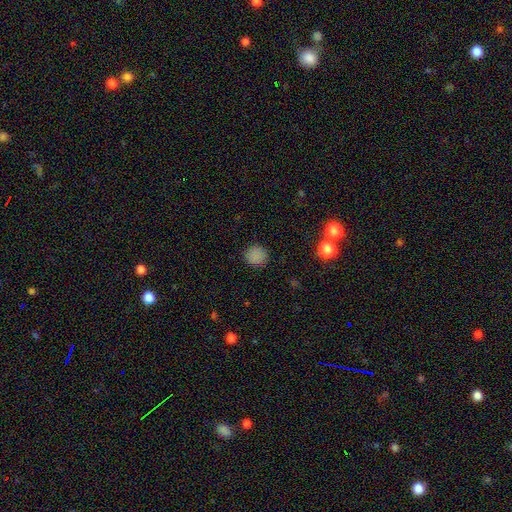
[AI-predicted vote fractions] Smooth or featured? Predicted: smooth (p=0.83). How rounded? Predicted: round (p=0.89). Merging? Predicted: none (p=0.89).